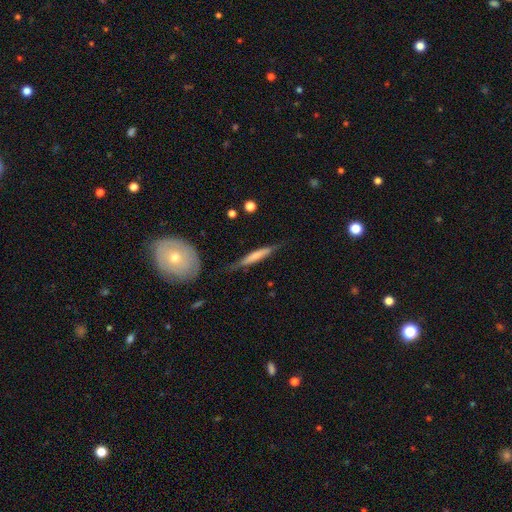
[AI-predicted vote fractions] smooth_or_featured: smooth (p=0.55) [alt: featured or disk p=0.40]
how_rounded: cigar-shaped (p=0.92) [alt: in between p=0.06]
merging: none (p=0.70) [alt: minor disturbance p=0.22]